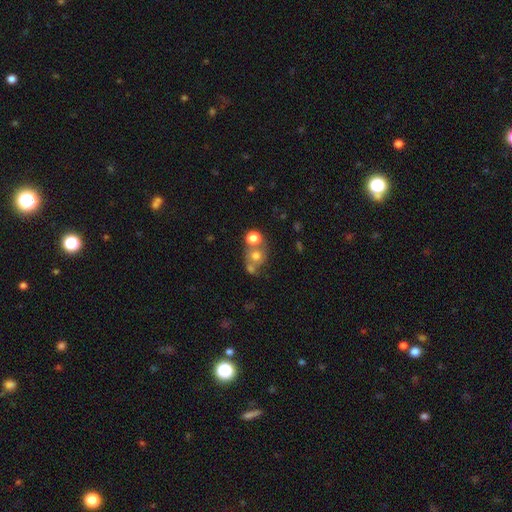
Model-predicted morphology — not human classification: The model was most divided on "merging": merger: 40%, none: 39%, minor disturbance: 12%, major disturbance: 9%. More confident: how rounded — round (71%); smooth or featured — smooth (62%).